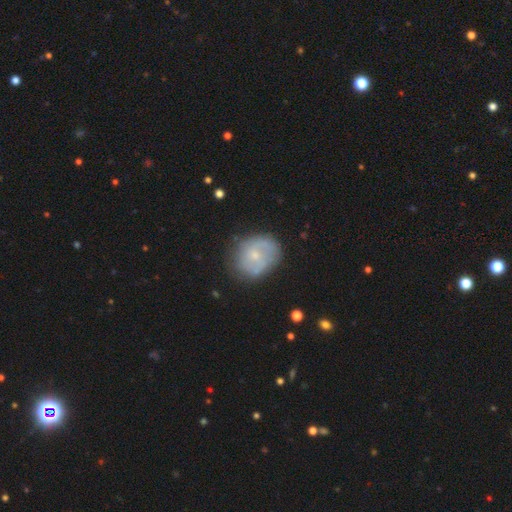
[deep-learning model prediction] smooth-or-featured: featured or disk: 53% | smooth: 39% | star or artifact: 8%
  disk-edge-on: no: 97% | yes: 3%
    bar: no: 74% | weak: 23% | strong: 3%
    has-spiral-arms: yes: 62% | no: 38%
    bulge-size: small: 66% | moderate: 27% | none: 4% | large: 1% | dominant: 1%
  merging: none: 66% | minor disturbance: 23% | major disturbance: 9% | merger: 3%